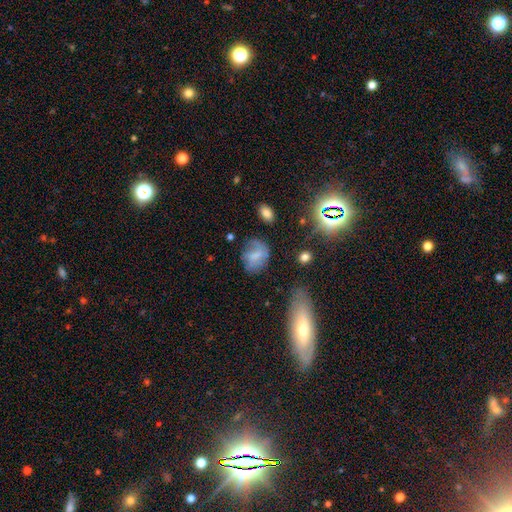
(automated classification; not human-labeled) Overall: smooth (55%; featured or disk 33%). How rounded: in between (58%; round 40%). Merging: none (55%; minor disturbance 25%).